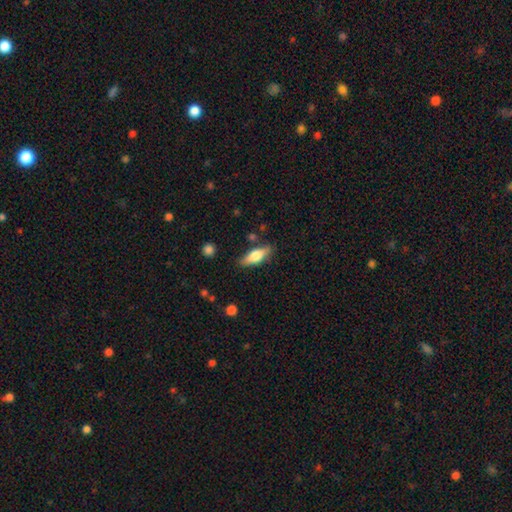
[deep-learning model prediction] Q: Smooth or featured?
A: smooth (63%); runner-up: featured or disk (31%)
Q: How rounded?
A: in between (59%); runner-up: cigar-shaped (38%)
Q: Merging?
A: none (81%); runner-up: minor disturbance (13%)